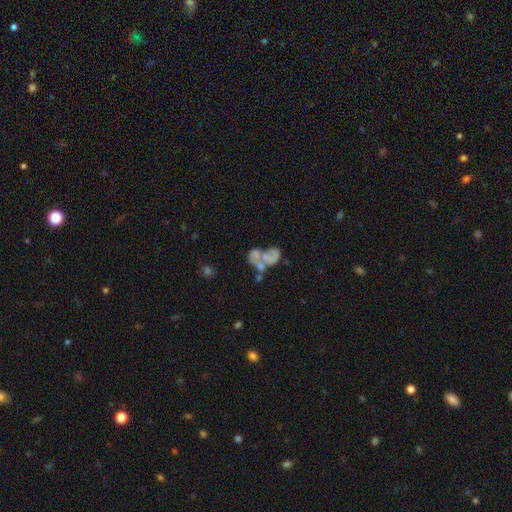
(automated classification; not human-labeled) The model was most divided on "smooth or featured": featured or disk: 52%, smooth: 33%, star or artifact: 15%. Remaining: edge-on disk — no (98%); bar — no (92%); spiral arms — no (85%); bulge size — none (68%); merging — merger (48%).